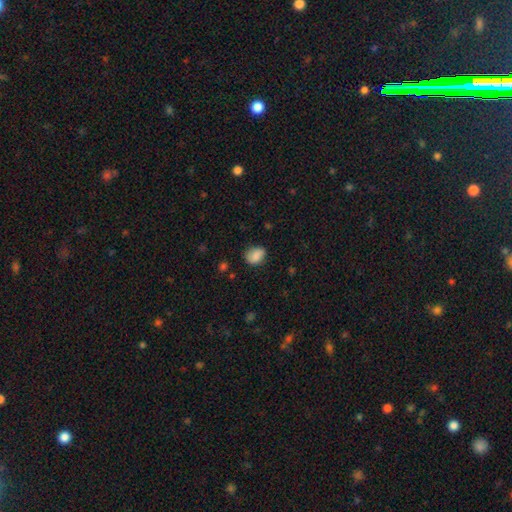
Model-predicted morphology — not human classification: The model was most divided on "how rounded": in between: 58%, round: 41%, cigar-shaped: 1%. More confident: smooth or featured — smooth (82%); merging — none (71%).